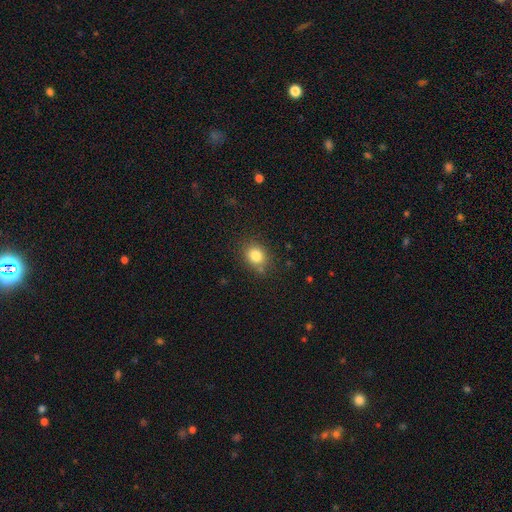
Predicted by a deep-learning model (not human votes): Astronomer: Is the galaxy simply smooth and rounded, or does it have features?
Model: smooth — 83%.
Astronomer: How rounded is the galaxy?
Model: round — 57% (runner-up: in between, 42%).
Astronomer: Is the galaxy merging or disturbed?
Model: none — 79%.